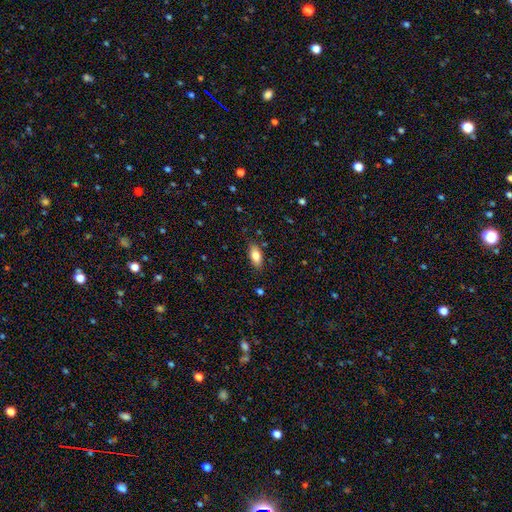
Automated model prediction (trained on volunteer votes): Smooth or featured? Predicted: smooth (p=0.82). How rounded? Predicted: in between (p=0.87). Merging? Predicted: none (p=0.83).